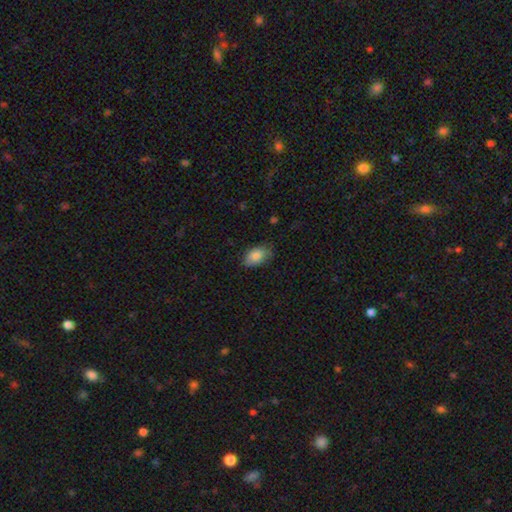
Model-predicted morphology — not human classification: smooth 85%, featured or disk 8%, star or artifact 7%. Down the decision tree: how rounded — in between (91%); merging — none (72%).